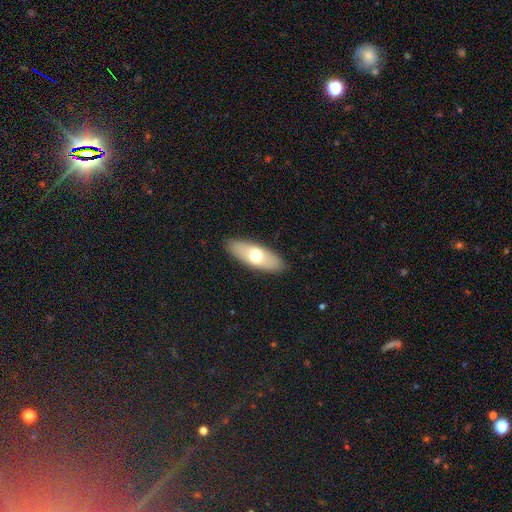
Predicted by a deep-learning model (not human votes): This appears to be a smooth galaxy with no disk features (63%) that is in between round and cigar-shaped (69%). Merging: none (88%).